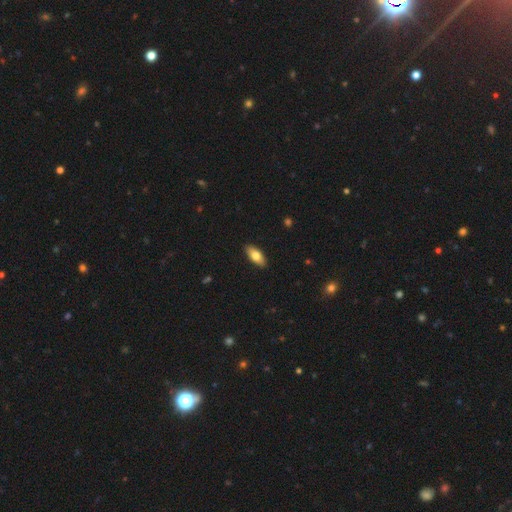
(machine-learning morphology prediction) A smooth galaxy with no disk features (75%) that is in between round and cigar-shaped (84%).

Vote fractions:
- Smooth or featured? smooth: 75% / featured or disk: 19% / star or artifact: 6%
- How rounded? in between: 84% / cigar-shaped: 14% / round: 3%
- Merging? none: 89% / minor disturbance: 8% / major disturbance: 2% / merger: 1%